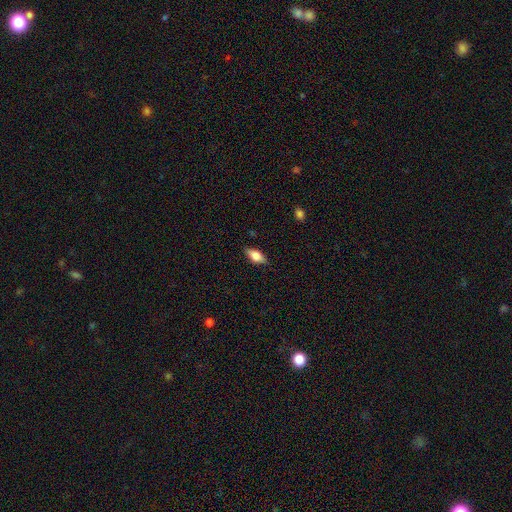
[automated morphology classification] Q: Smooth or featured?
A: smooth (73%); runner-up: featured or disk (20%)
Q: How rounded?
A: in between (84%); runner-up: cigar-shaped (12%)
Q: Merging?
A: none (84%); runner-up: minor disturbance (12%)